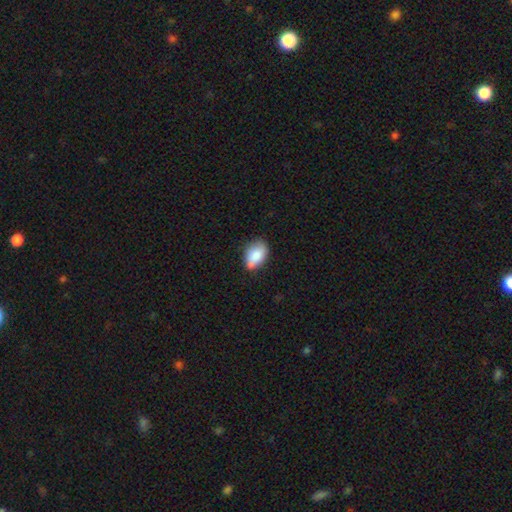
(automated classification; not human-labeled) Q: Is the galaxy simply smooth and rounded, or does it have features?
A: smooth — 83%.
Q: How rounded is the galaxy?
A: in between — 87%.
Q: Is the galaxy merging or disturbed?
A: none — 58%.